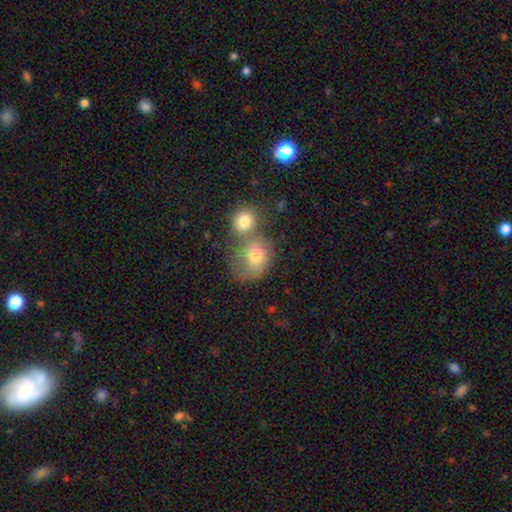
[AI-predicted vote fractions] Morphology: type=smooth (75%); roundness=round (64%); merging=merger (53%).